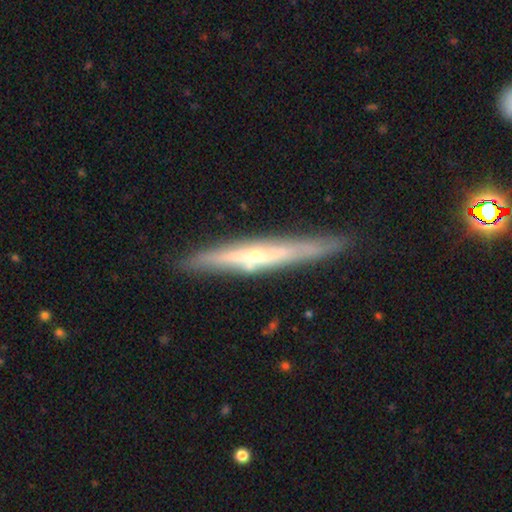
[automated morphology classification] smooth-or-featured: featured or disk: 73% | smooth: 21% | star or artifact: 6%
  disk-edge-on: yes: 94% | no: 6%
    edge-on-bulge: rounded: 65% | none: 29% | boxy: 6%
  merging: none: 88% | minor disturbance: 9% | major disturbance: 2% | merger: 2%